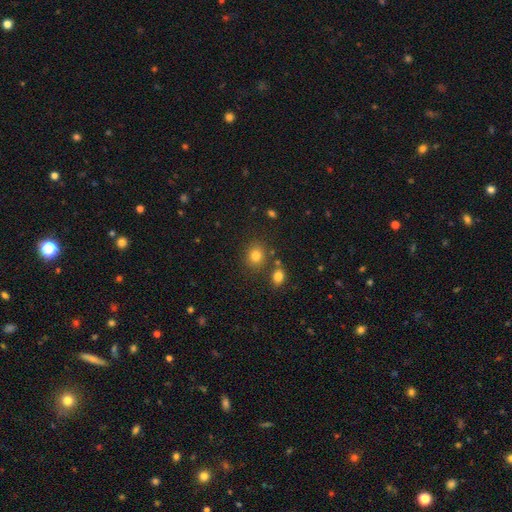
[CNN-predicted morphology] Smooth or featured: smooth — 81% (star or artifact — 12%)
How rounded: round — 74% (in between — 25%)
Merging: none — 78% (minor disturbance — 10%)